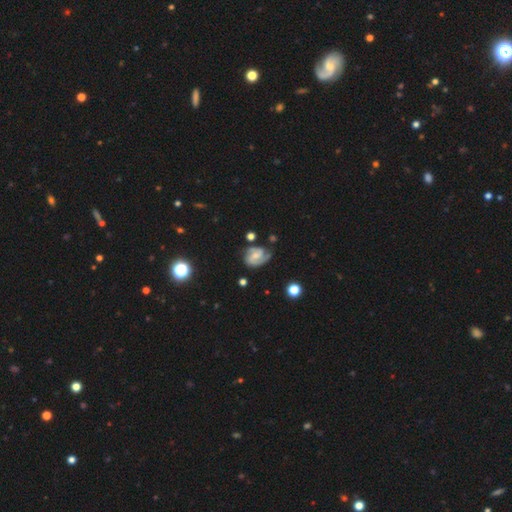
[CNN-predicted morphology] Overall: featured or disk (79%). Edge-on disk: no (98%). Bar: weak (48%; no 38%). Spiral arms: yes (95%). Spiral arm count: 2 (75%). Spiral winding: medium (45%; tight 41%). Bulge size: small (53%; moderate 32%). Merging: none (62%; minor disturbance 23%).